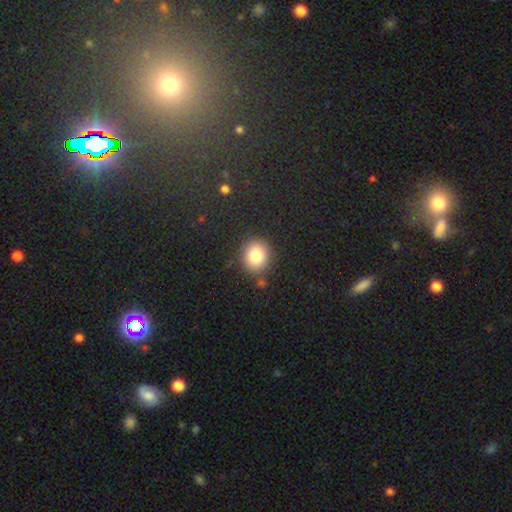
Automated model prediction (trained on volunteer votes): Smooth or featured?
  - smooth: 83% *
  - star or artifact: 11%
  - featured or disk: 7%
How rounded?
  - round: 80% *
  - in between: 19%
  - cigar-shaped: 1%
Merging?
  - none: 85% *
  - minor disturbance: 9%
  - merger: 3%
  - major disturbance: 3%